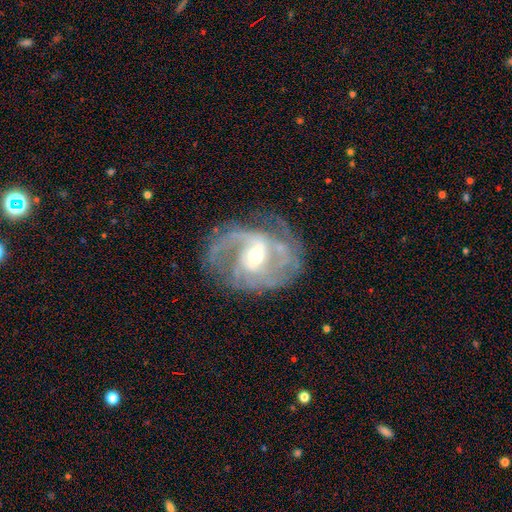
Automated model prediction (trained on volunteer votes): This is clearly a featured or disk galaxy (90%). It is clearly not viewed edge-on (97%). Bar: possibly weak (49%). Spiral arm pattern: clearly yes (96%). Spiral arm count: possibly 2 (57%). Spiral winding: possibly medium (48%). Central bulge: possibly moderate (59%). Merging: likely none (66%).